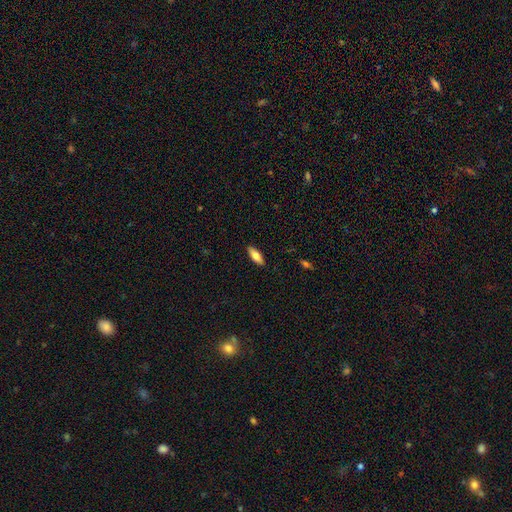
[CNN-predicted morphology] The model was most divided on "how rounded": in between: 73%, cigar-shaped: 25%, round: 2%. More confident: merging — none (89%); smooth or featured — smooth (79%).